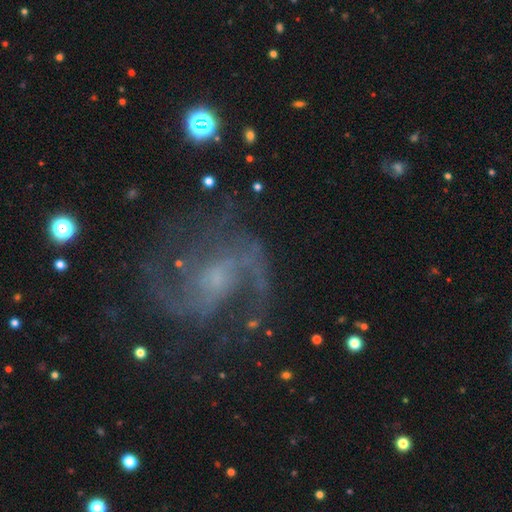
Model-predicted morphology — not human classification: This is clearly a featured or disk galaxy (87%). It is clearly not viewed edge-on (98%). Bar: possibly weak (46%). Spiral arm pattern: clearly yes (97%). Spiral arm count: clearly 2 (80%). Spiral winding: possibly medium (52%). Central bulge: possibly small (58%). Merging: likely none (72%).